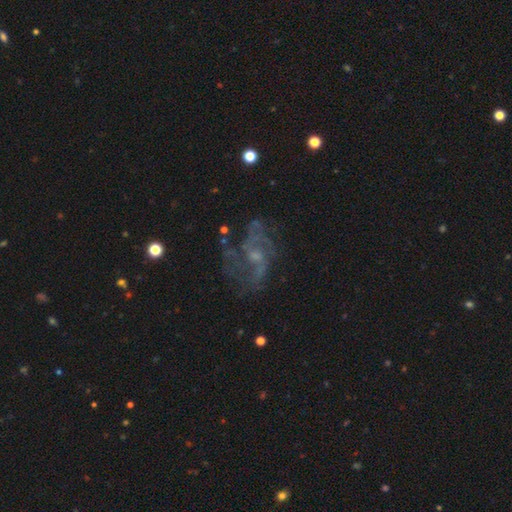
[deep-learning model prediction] Smooth or featured? featured or disk (77%)
Edge-on disk? no (96%)
Bar? no (56%)
Spiral arms? yes (85%)
Spiral winding? loose (43%)
Spiral arm count? 2 (46%)
Bulge size? small (53%)
Merging? none (61%)